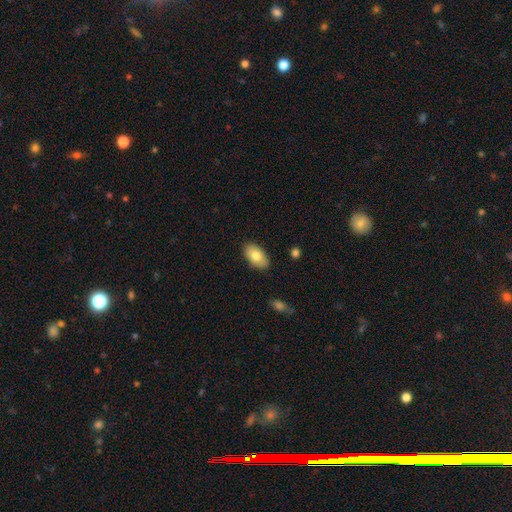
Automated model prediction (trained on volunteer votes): Smooth or featured: smooth — 80% (featured or disk — 14%)
How rounded: in between — 94% (round — 4%)
Merging: none — 86% (minor disturbance — 10%)